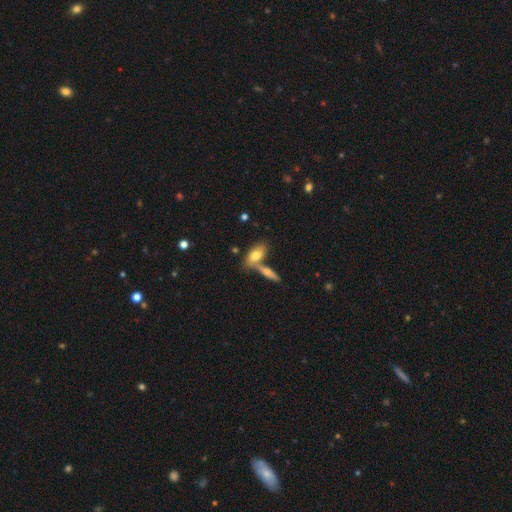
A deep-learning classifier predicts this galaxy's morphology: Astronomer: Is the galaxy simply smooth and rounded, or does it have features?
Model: smooth — 68%.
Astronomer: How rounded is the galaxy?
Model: in between — 77%.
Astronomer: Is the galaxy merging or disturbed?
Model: none — 48% (runner-up: merger, 39%).